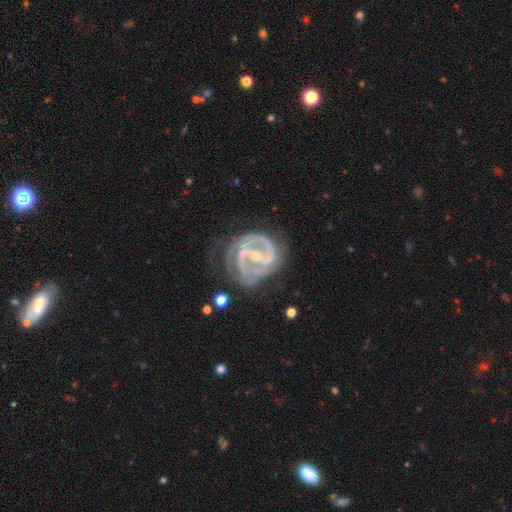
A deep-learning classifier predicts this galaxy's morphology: The model was most divided on "spiral winding": tight: 46%, medium: 42%, loose: 12%. Remaining: edge-on disk — no (97%); spiral arms — yes (94%); smooth or featured — featured or disk (89%); bulge size — small (71%); spiral arm count — 2 (60%); bar — strong (49%); merging — none (49%).